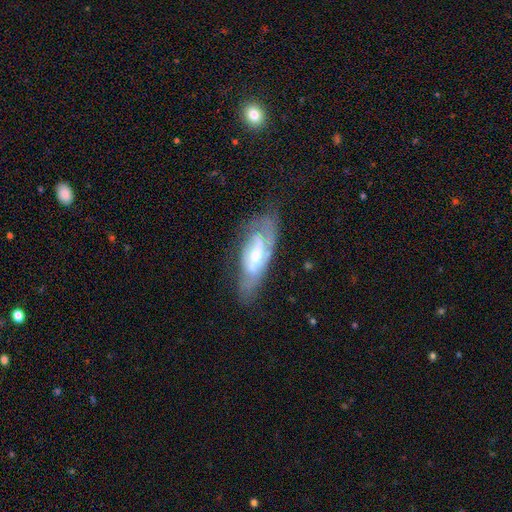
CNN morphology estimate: smooth_or_featured: featured or disk (p=0.74) [alt: smooth p=0.20]
disk_edge_on: no (p=0.85) [alt: yes p=0.15]
bar: weak (p=0.45) [alt: no p=0.33]
has_spiral_arms: yes (p=0.83) [alt: no p=0.17]
spiral_winding: tight (p=0.43) [alt: medium p=0.40]
spiral_arm_count: 2 (p=0.45) [alt: can't tell p=0.33]
bulge_size: moderate (p=0.51) [alt: small p=0.37]
merging: none (p=0.58) [alt: minor disturbance p=0.25]